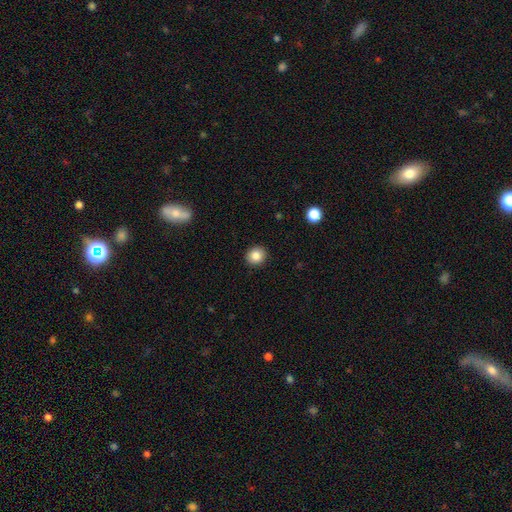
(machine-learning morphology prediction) Smooth or featured? Predicted: smooth (p=0.86). How rounded? Predicted: round (p=0.86). Merging? Predicted: none (p=0.92).